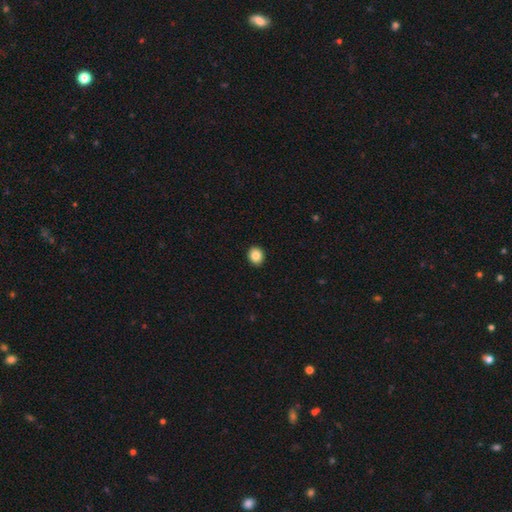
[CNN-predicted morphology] Smooth or featured?
  - smooth: 85% *
  - star or artifact: 9%
  - featured or disk: 6%
How rounded?
  - round: 77% *
  - in between: 22%
  - cigar-shaped: 1%
Merging?
  - none: 92% *
  - minor disturbance: 5%
  - major disturbance: 1%
  - merger: 1%